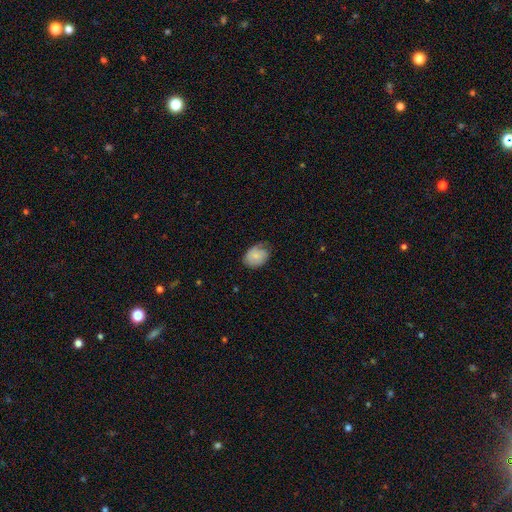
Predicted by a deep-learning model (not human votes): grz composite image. It shows a smooth galaxy with no disk features (76%) that is in between round and cigar-shaped (67%). Merging: none (58%).